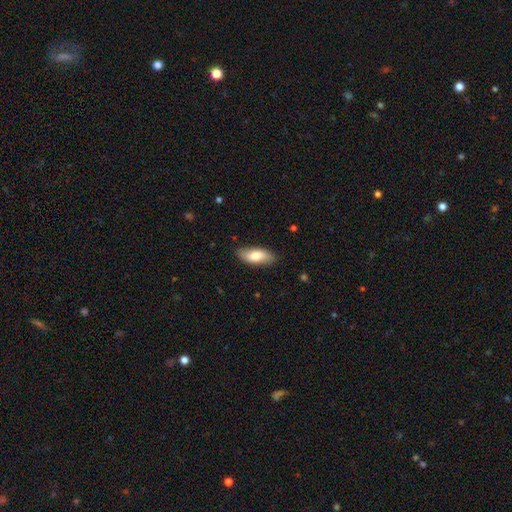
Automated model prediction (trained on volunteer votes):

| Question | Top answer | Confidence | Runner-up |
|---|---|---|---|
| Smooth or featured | smooth | 77% | featured or disk (18%) |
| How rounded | in between | 80% | cigar-shaped (17%) |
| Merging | none | 85% | minor disturbance (12%) |